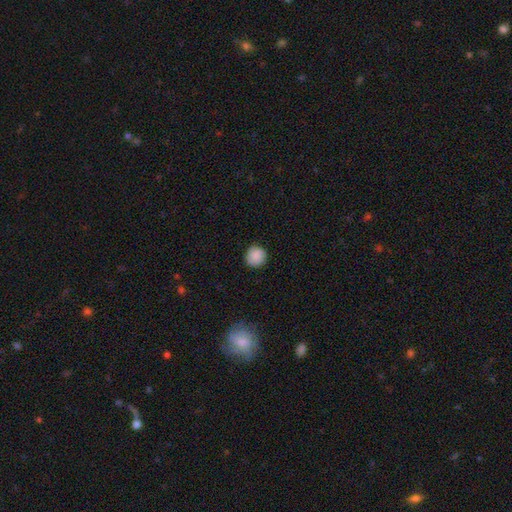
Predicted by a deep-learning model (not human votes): smooth_or_featured: smooth (p=0.87) [alt: star or artifact p=0.08]
how_rounded: round (p=0.94) [alt: in between p=0.05]
merging: none (p=0.87) [alt: minor disturbance p=0.09]